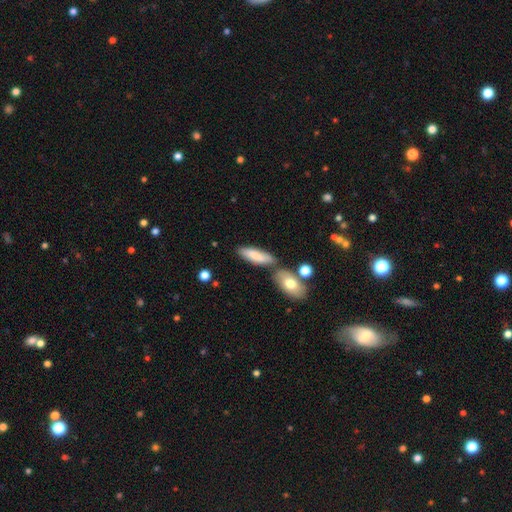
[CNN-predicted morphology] type=smooth (79%); roundness=in between (50%); merging=none (63%).